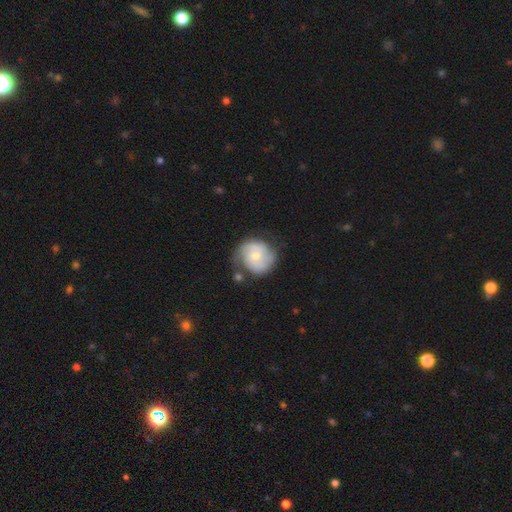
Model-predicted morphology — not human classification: Q: Smooth or featured?
A: featured or disk (67%); runner-up: smooth (27%)
Q: Edge-on disk?
A: no (98%); runner-up: yes (2%)
Q: Bar?
A: no (69%); runner-up: weak (27%)
Q: Spiral arms?
A: yes (90%); runner-up: no (10%)
Q: Spiral winding?
A: tight (44%); runner-up: medium (41%)
Q: Spiral arm count?
A: 2 (60%); runner-up: can't tell (19%)
Q: Bulge size?
A: small (52%); runner-up: moderate (42%)
Q: Merging?
A: none (63%); runner-up: minor disturbance (22%)